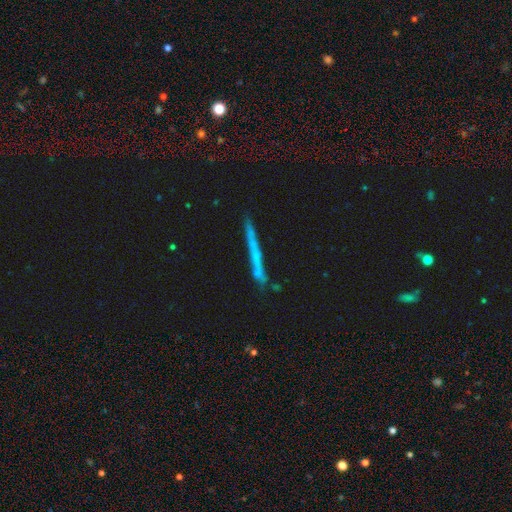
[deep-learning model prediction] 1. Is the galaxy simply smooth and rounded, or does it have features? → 45% featured or disk, 41% smooth, 13% star or artifact.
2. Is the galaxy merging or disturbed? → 78% none, 14% minor disturbance, 4% merger, 4% major disturbance.